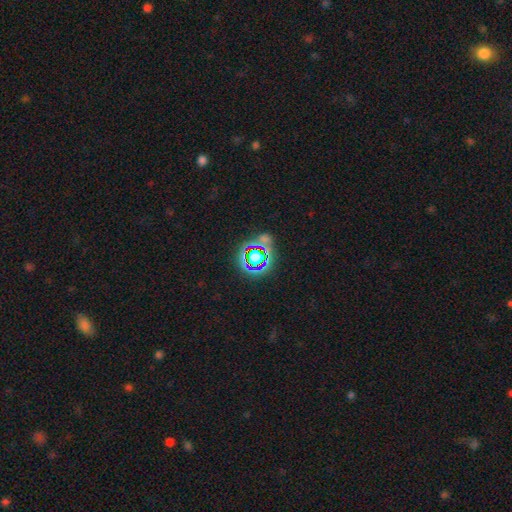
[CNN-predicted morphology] A star or artifact, not a galaxy (59%).

Vote fractions:
- Smooth or featured? star or artifact: 59% / smooth: 28% / featured or disk: 13%